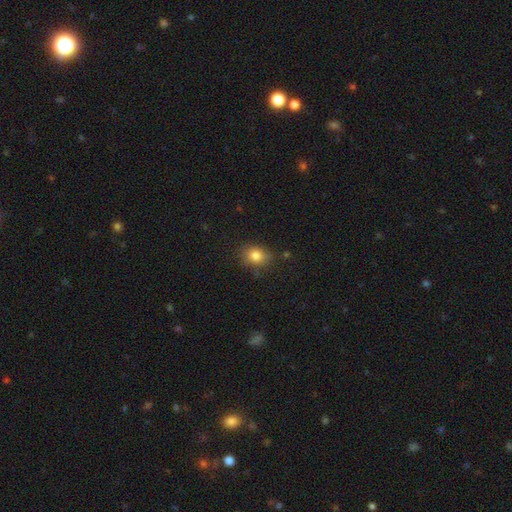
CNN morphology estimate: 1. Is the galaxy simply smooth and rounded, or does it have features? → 81% smooth, 11% star or artifact, 8% featured or disk.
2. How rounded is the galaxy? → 59% round, 39% in between, 1% cigar-shaped.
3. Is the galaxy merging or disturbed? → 75% none, 19% minor disturbance, 4% major disturbance, 2% merger.